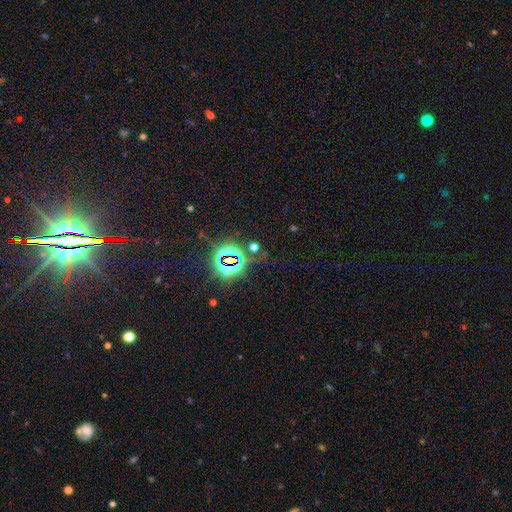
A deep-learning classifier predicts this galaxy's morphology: This is clearly a star or artifact rather than a galaxy (83%).